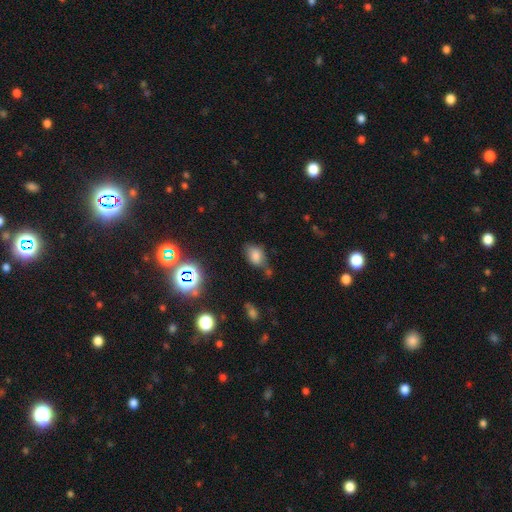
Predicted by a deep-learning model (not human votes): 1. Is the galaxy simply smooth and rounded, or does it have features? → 71% smooth, 18% star or artifact, 11% featured or disk.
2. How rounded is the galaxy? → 80% in between, 18% round, 2% cigar-shaped.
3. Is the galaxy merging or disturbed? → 52% none, 29% minor disturbance, 10% merger, 9% major disturbance.